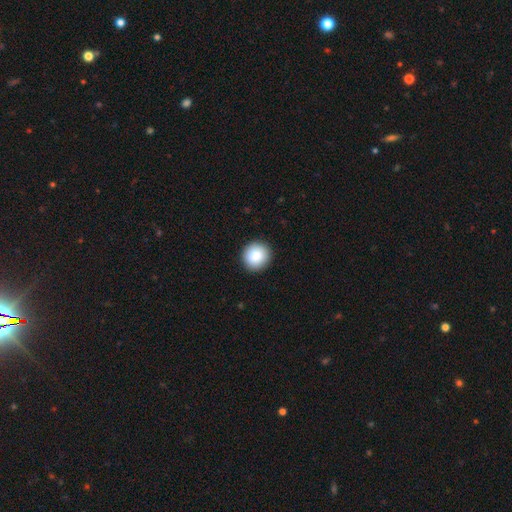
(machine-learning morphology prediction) smooth-or-featured: smooth: 88% | star or artifact: 8% | featured or disk: 4%
  how-rounded: round: 94% | in between: 5% | cigar-shaped: 1%
  merging: none: 92% | minor disturbance: 5% | major disturbance: 2% | merger: 1%